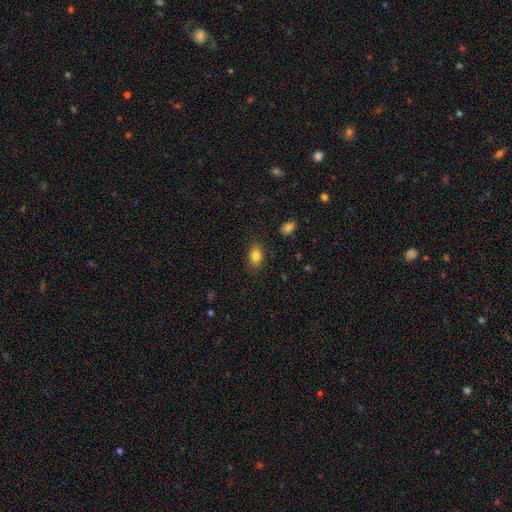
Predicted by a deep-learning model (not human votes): Q: Smooth or featured?
A: smooth (83%); runner-up: star or artifact (9%)
Q: How rounded?
A: in between (87%); runner-up: round (10%)
Q: Merging?
A: none (84%); runner-up: minor disturbance (11%)